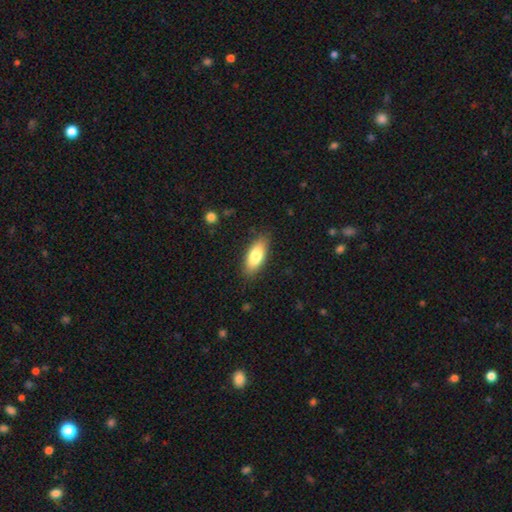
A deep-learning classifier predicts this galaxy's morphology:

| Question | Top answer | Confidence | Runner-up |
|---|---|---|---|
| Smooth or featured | smooth | 80% | featured or disk (14%) |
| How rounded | in between | 81% | cigar-shaped (16%) |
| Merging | none | 85% | minor disturbance (11%) |